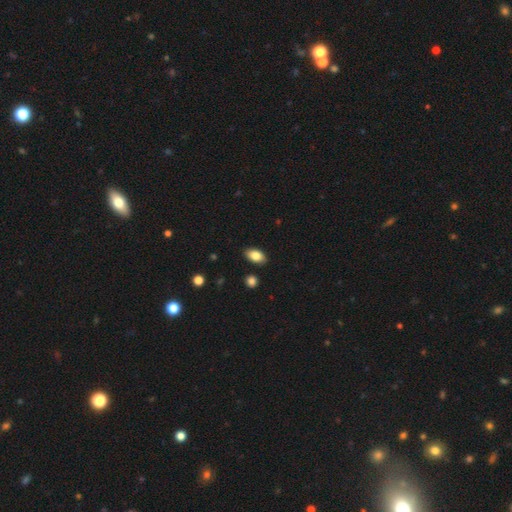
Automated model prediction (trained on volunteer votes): Smooth or featured? Predicted: smooth (p=0.84). How rounded? Predicted: in between (p=0.92). Merging? Predicted: none (p=0.87).